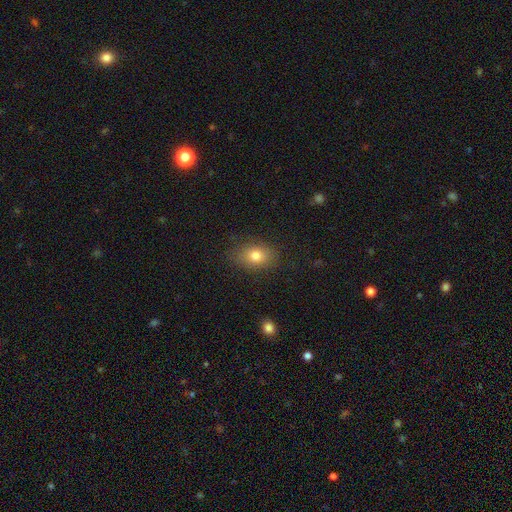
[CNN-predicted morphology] This is likely a smooth galaxy (79%). How rounded: likely in between (76%). Merging: clearly none (83%).